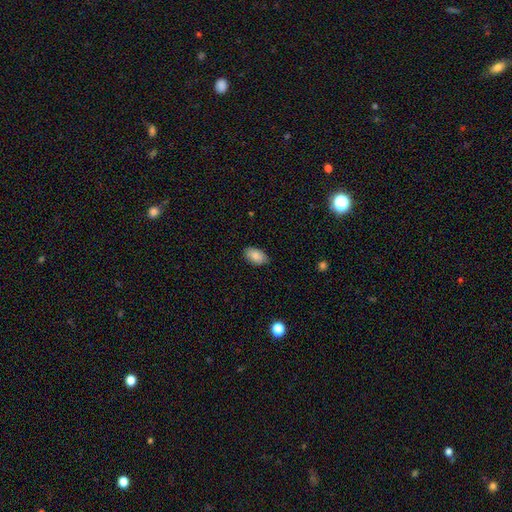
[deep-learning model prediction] smooth 86%, featured or disk 7%, star or artifact 7%. Down the decision tree: how rounded — in between (93%); merging — none (82%).